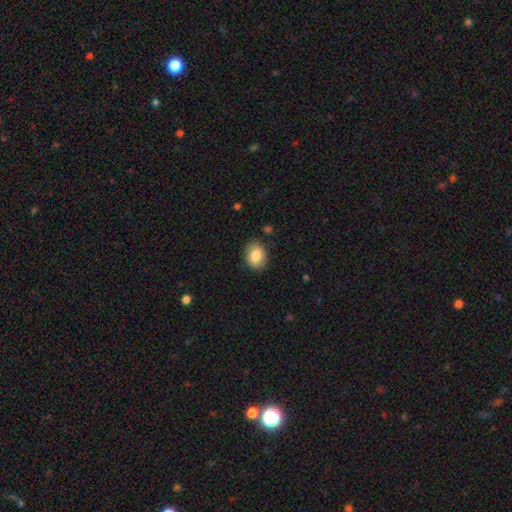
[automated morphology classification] This appears to be a smooth galaxy with no disk features (84%) that is in between round and cigar-shaped (62%). Merging: none (85%).